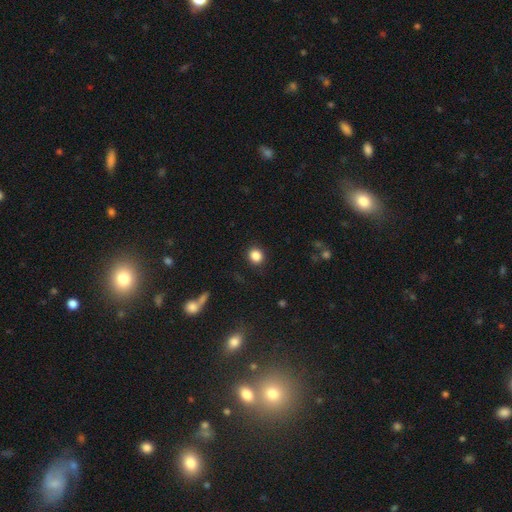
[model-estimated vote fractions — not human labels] smooth 85%, star or artifact 10%, featured or disk 4%. Down the decision tree: how rounded — round (83%); merging — none (89%).